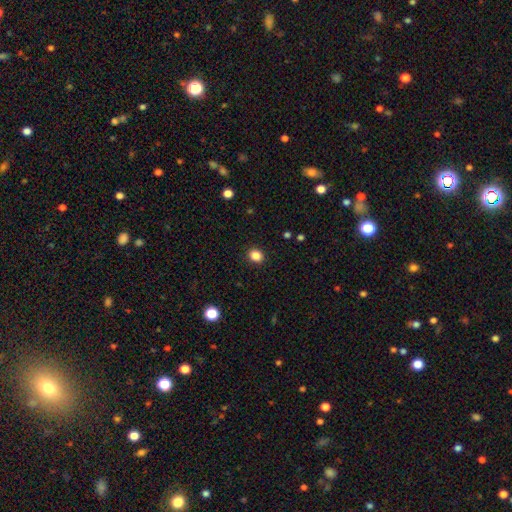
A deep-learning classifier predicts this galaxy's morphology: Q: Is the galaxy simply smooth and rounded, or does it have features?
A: smooth — 86%.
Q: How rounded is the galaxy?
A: round — 66%.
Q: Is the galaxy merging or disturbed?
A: none — 91%.